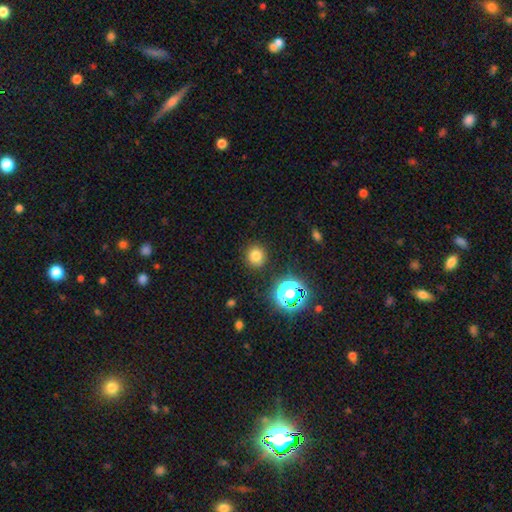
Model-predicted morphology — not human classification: Overall: smooth (76%). How rounded: round (91%). Merging: none (89%).